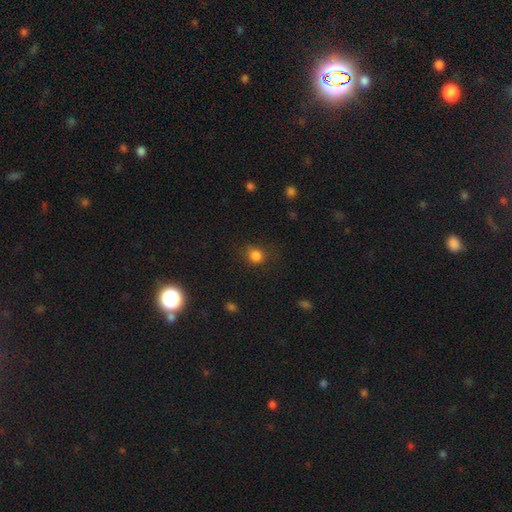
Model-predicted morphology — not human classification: Q: Smooth or featured?
A: smooth (82%); runner-up: star or artifact (13%)
Q: How rounded?
A: round (76%); runner-up: in between (23%)
Q: Merging?
A: none (72%); runner-up: minor disturbance (19%)